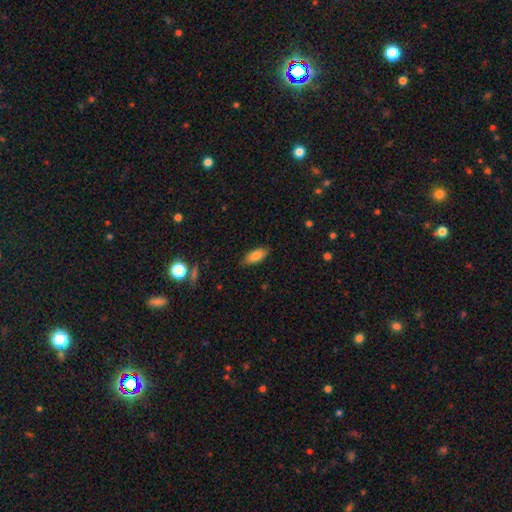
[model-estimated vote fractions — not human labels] This appears to be a smooth galaxy with no disk features (80%) that is in between round and cigar-shaped (78%). Merging: none (85%).